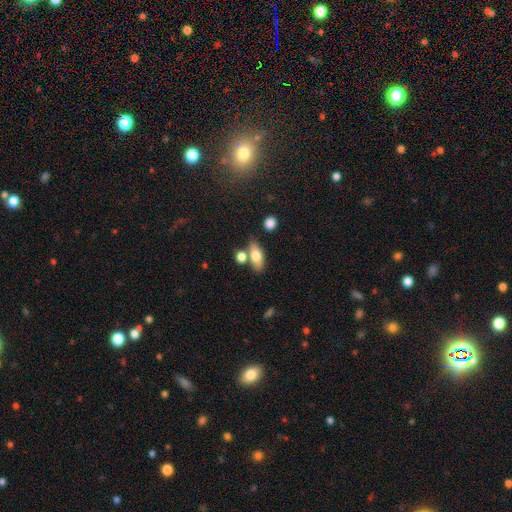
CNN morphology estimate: Overall: smooth (72%). How rounded: in between (79%). Merging: none (63%).